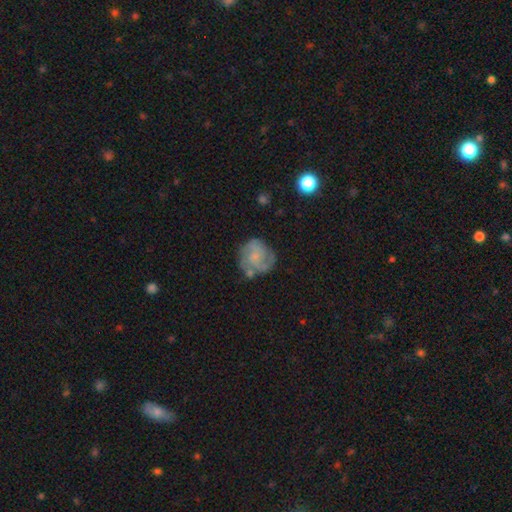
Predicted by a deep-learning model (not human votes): Smooth or featured: featured or disk — 66% (smooth — 27%)
Edge-on disk: no — 98% (yes — 2%)
Bar: no — 73% (weak — 23%)
Spiral arms: yes — 87% (no — 13%)
Spiral winding: tight — 44% (medium — 41%)
Spiral arm count: 3 — 30% (2 — 28%)
Bulge size: small — 56% (none — 21%)
Merging: none — 63% (minor disturbance — 21%)